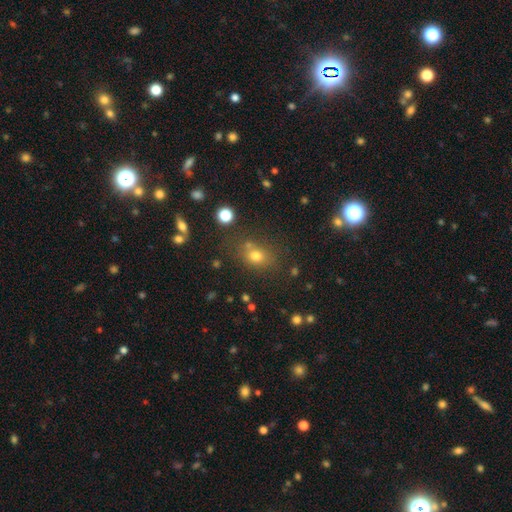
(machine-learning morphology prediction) A smooth galaxy with no disk features (65%) that is round (59%).

Vote fractions:
- Smooth or featured? smooth: 65% / star or artifact: 25% / featured or disk: 10%
- How rounded? round: 59% / in between: 39% / cigar-shaped: 1%
- Merging? none: 69% / merger: 13% / minor disturbance: 13% / major disturbance: 5%